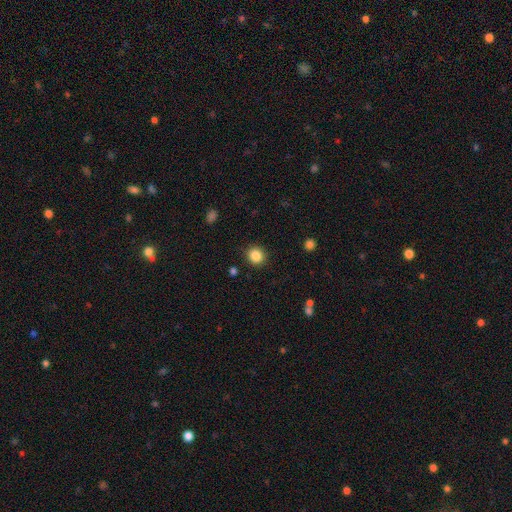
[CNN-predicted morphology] This appears to be a smooth galaxy with no disk features (86%) that is round (86%). Merging: none (90%).